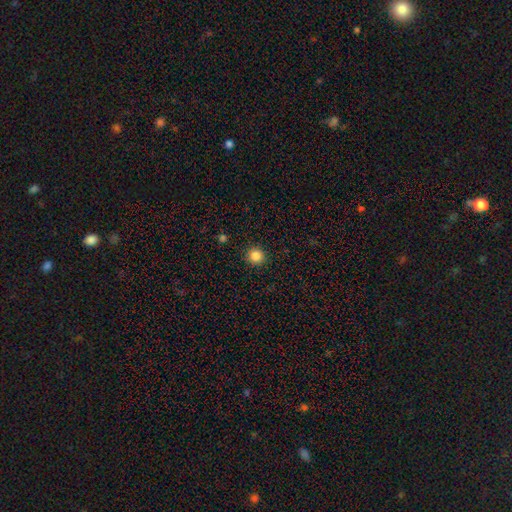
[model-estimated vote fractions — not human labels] Smooth or featured? Predicted: smooth (p=0.85). How rounded? Predicted: round (p=0.94). Merging? Predicted: none (p=0.92).